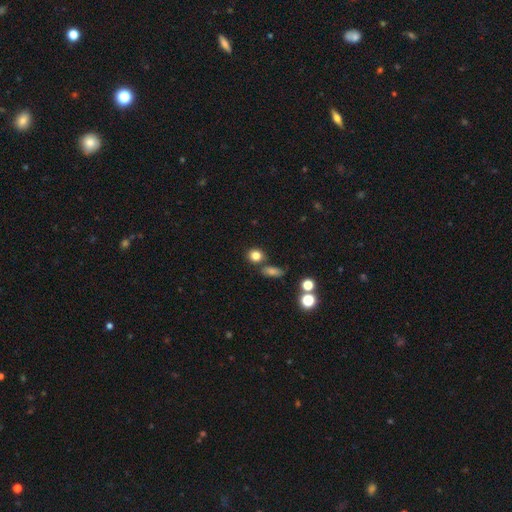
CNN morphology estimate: The model was most divided on "merging": none: 71%, merger: 15%, minor disturbance: 10%, major disturbance: 4%. More confident: smooth or featured — smooth (81%); how rounded — round (81%).